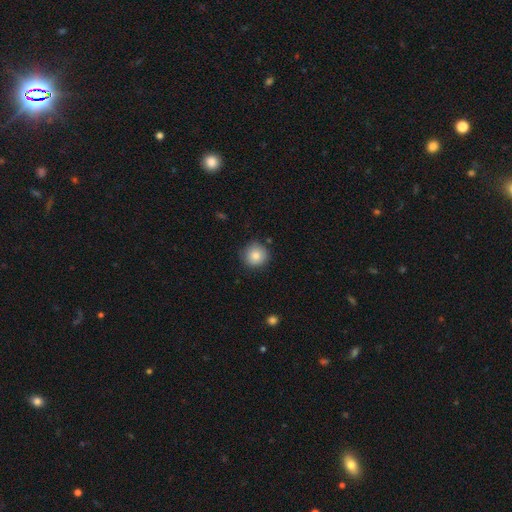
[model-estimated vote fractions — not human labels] Smooth or featured: smooth — 84% (star or artifact — 9%)
How rounded: round — 93% (in between — 6%)
Merging: none — 84% (minor disturbance — 12%)